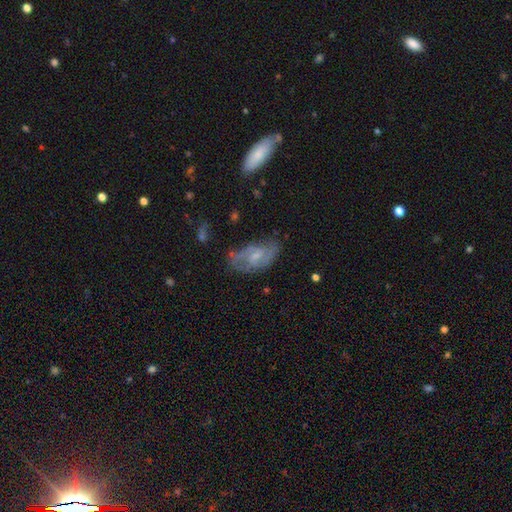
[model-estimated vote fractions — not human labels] Smooth or featured: featured or disk — 62% (smooth — 30%)
Edge-on disk: no — 95% (yes — 5%)
Bar: no — 47% (weak — 45%)
Spiral arms: yes — 73% (no — 27%)
Bulge size: small — 55% (moderate — 29%)
Merging: none — 53% (minor disturbance — 27%)